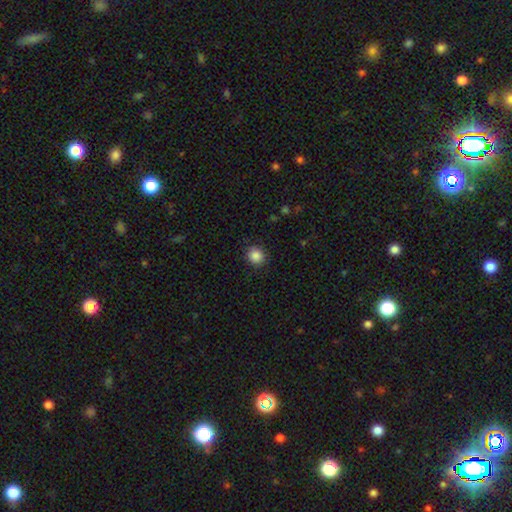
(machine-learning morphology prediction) Q: Smooth or featured?
A: smooth (87%); runner-up: star or artifact (10%)
Q: How rounded?
A: round (82%); runner-up: in between (17%)
Q: Merging?
A: none (88%); runner-up: minor disturbance (9%)